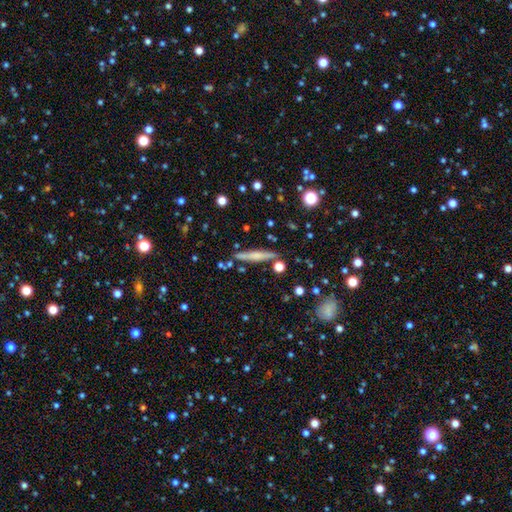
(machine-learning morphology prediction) This is possibly a featured or disk galaxy (47%). Merging: clearly none (82%).